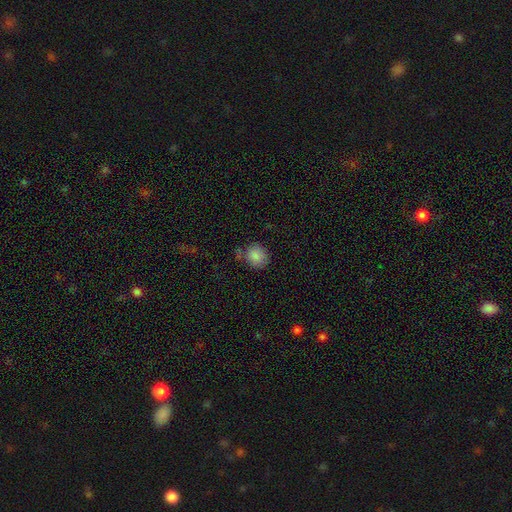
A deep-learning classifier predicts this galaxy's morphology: Smooth or featured? smooth (86%)
How rounded? round (74%)
Merging? none (71%)